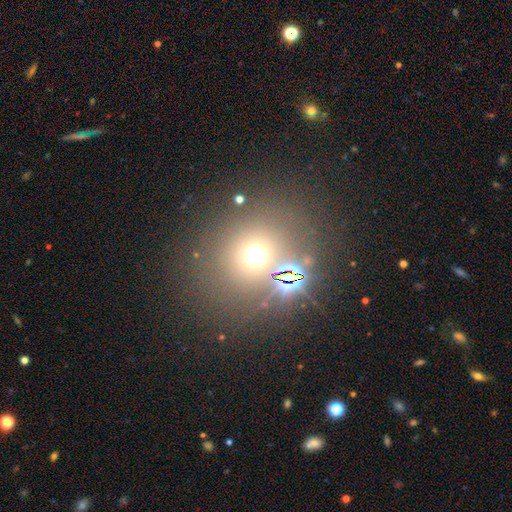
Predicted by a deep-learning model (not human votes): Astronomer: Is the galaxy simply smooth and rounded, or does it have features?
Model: smooth — 55% (runner-up: star or artifact, 36%).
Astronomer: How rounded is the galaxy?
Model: round — 85%.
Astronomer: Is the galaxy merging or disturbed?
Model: none — 75%.